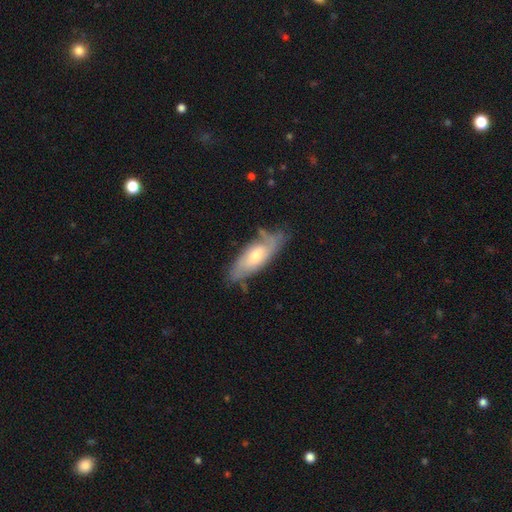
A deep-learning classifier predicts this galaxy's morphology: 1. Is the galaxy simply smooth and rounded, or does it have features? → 55% featured or disk, 39% smooth, 6% star or artifact.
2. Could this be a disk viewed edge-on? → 73% no, 27% yes.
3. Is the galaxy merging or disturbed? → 62% none, 26% minor disturbance, 8% major disturbance, 4% merger.